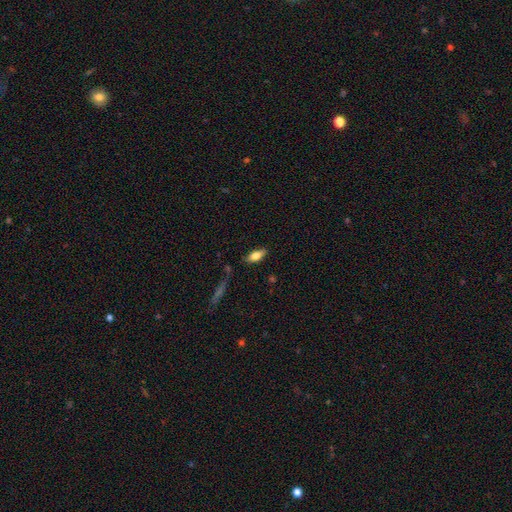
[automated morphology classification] smooth 69%, featured or disk 24%, star or artifact 7%. Down the decision tree: how rounded — in between (76%); merging — none (82%).